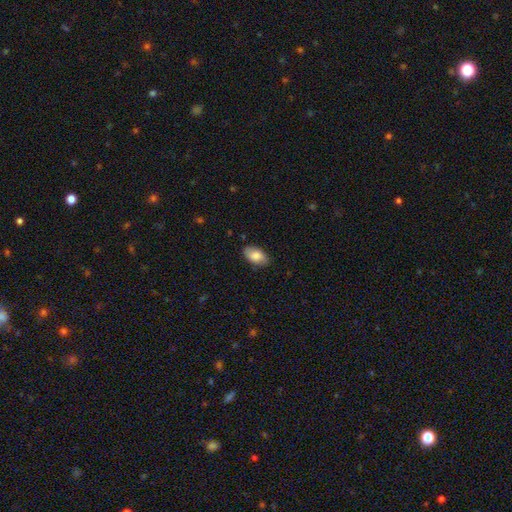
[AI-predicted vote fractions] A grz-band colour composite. It shows a smooth galaxy with no disk features (84%) that is in between round and cigar-shaped (93%). Merging: none (85%).